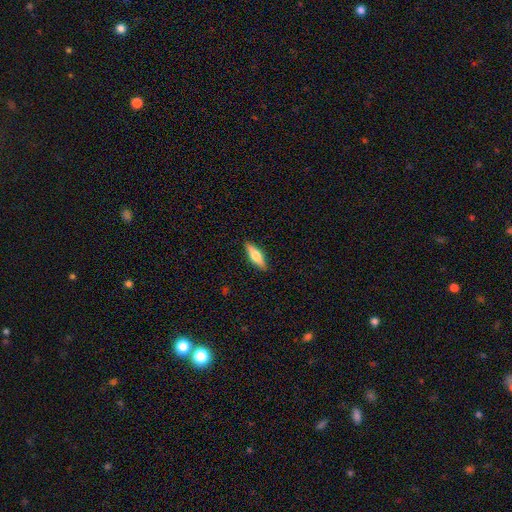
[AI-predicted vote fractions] smooth_or_featured: smooth (p=0.62) [alt: featured or disk p=0.32]
how_rounded: in between (p=0.49) [tied with: cigar-shaped p=0.49]
merging: none (p=0.89) [alt: minor disturbance p=0.08]